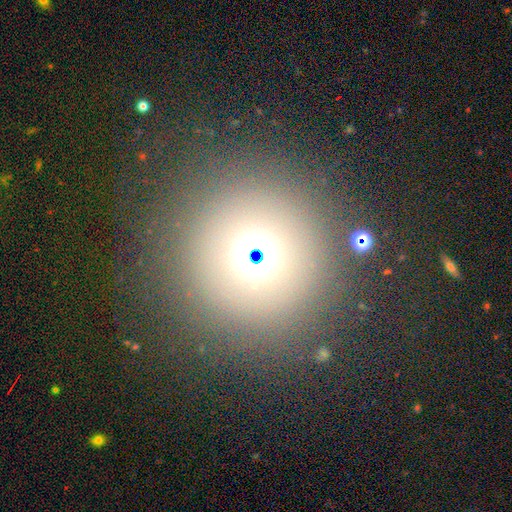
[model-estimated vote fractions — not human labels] Smooth or featured? Predicted: smooth (p=0.51). How rounded? Predicted: round (p=0.85). Merging? Predicted: none (p=0.84).